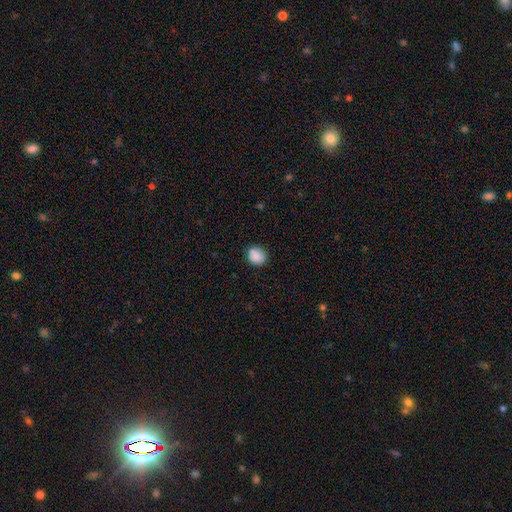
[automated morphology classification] smooth 87%, star or artifact 9%, featured or disk 4%. Down the decision tree: how rounded — round (69%); merging — none (78%).